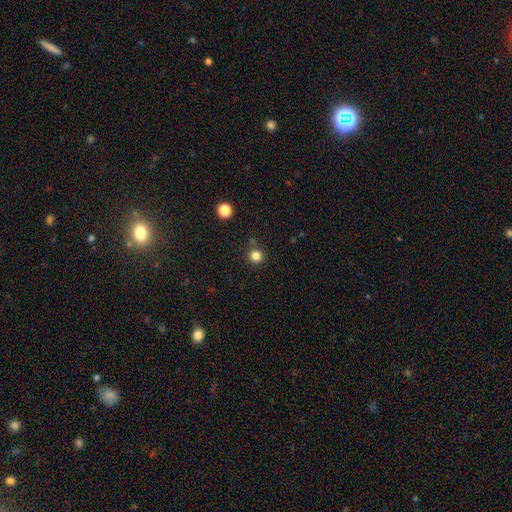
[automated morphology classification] Smooth or featured: smooth — 82% (star or artifact — 14%)
How rounded: round — 94% (in between — 5%)
Merging: none — 82% (minor disturbance — 8%)